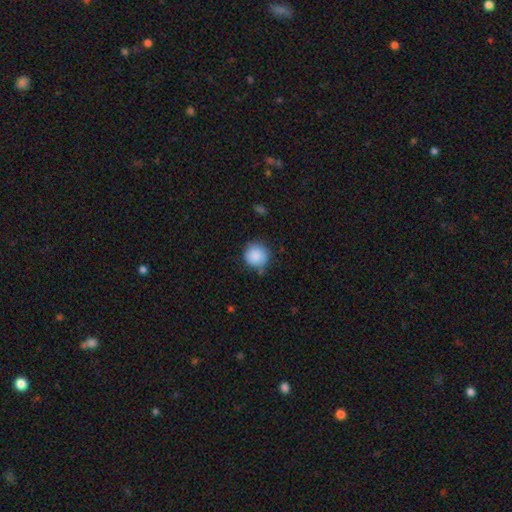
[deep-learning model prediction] Smooth or featured? smooth (88%)
How rounded? round (93%)
Merging? none (73%)